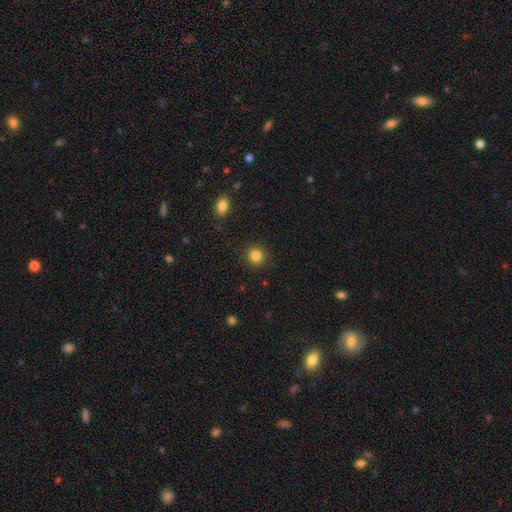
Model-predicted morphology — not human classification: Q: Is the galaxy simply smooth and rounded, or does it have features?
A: smooth — 84%.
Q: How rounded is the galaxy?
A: round — 92%.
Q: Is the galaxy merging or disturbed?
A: none — 91%.